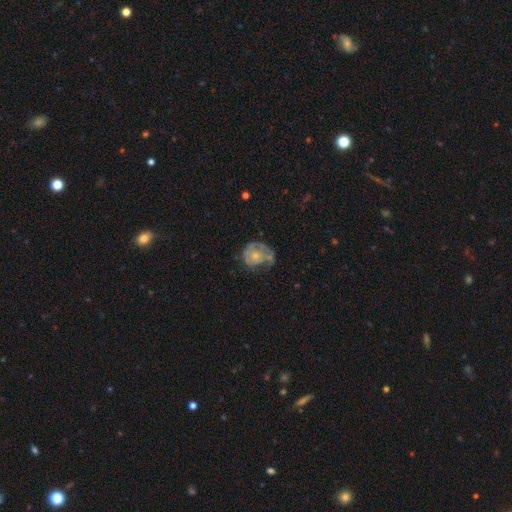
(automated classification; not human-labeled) Smooth or featured: featured or disk — 60% (smooth — 33%)
Edge-on disk: no — 98% (yes — 2%)
Bar: no — 85% (weak — 13%)
Spiral arms: yes — 58% (no — 42%)
Bulge size: small — 55% (moderate — 35%)
Merging: none — 38% (minor disturbance — 28%)